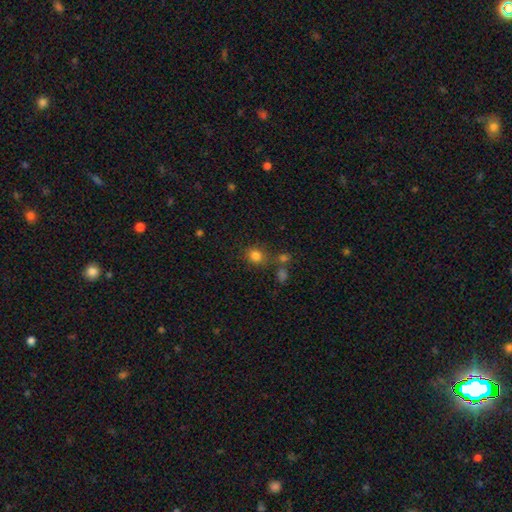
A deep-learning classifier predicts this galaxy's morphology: Smooth or featured?
  - smooth: 81% *
  - star or artifact: 13%
  - featured or disk: 6%
How rounded?
  - round: 71% *
  - in between: 28%
  - cigar-shaped: 1%
Merging?
  - none: 70% *
  - minor disturbance: 13%
  - merger: 12%
  - major disturbance: 5%